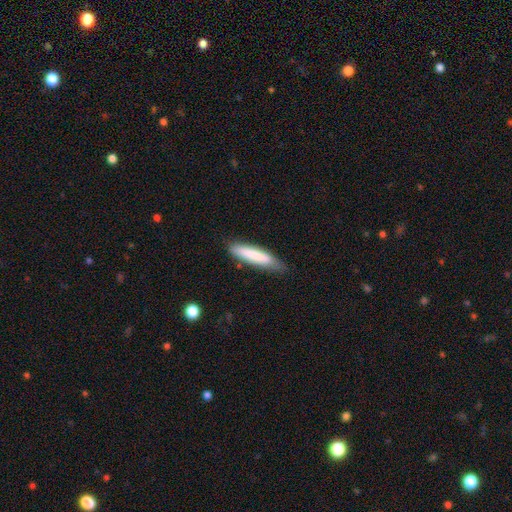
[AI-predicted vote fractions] This appears to be a smooth galaxy with no disk features (79%) that is cigar-shaped (81%). Merging: none (75%).